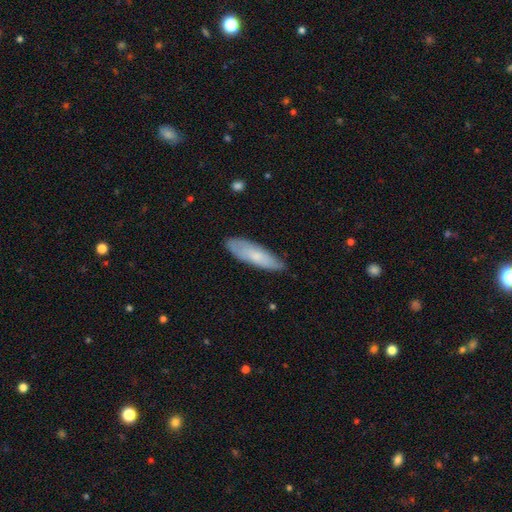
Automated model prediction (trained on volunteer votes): Smooth or featured: smooth — 68% (featured or disk — 26%)
How rounded: cigar-shaped — 53% (in between — 45%)
Merging: none — 76% (minor disturbance — 20%)